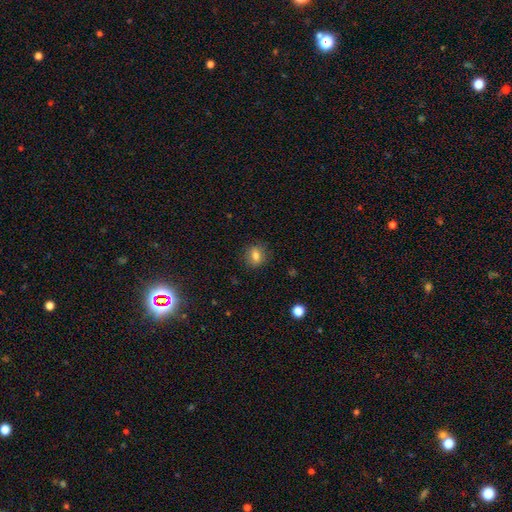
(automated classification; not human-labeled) This appears to be a smooth galaxy with no disk features (78%) that is round (54%). Merging: none (85%).